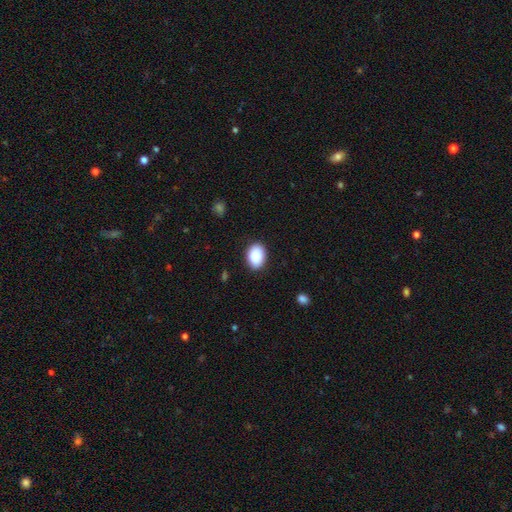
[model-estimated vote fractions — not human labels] This is clearly a smooth galaxy (90%). How rounded: clearly in between (83%). Merging: clearly none (86%).